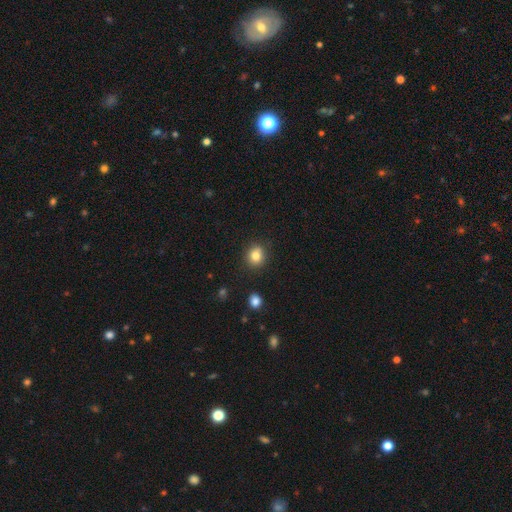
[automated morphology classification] The model was most divided on "how rounded": round: 80%, in between: 19%, cigar-shaped: 1%. More confident: merging — none (86%); smooth or featured — smooth (81%).